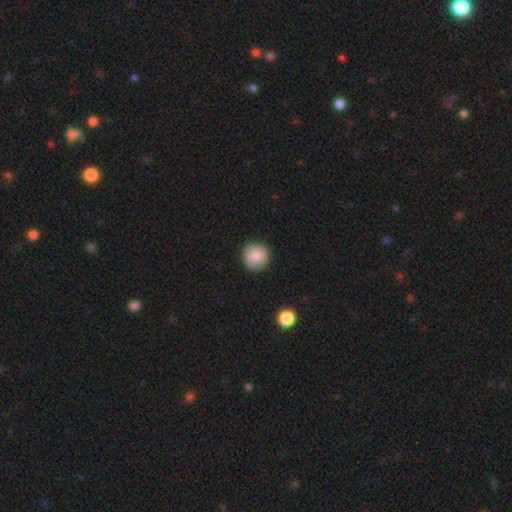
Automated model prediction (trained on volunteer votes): Morphology: type=smooth (80%); roundness=round (93%); merging=none (87%).